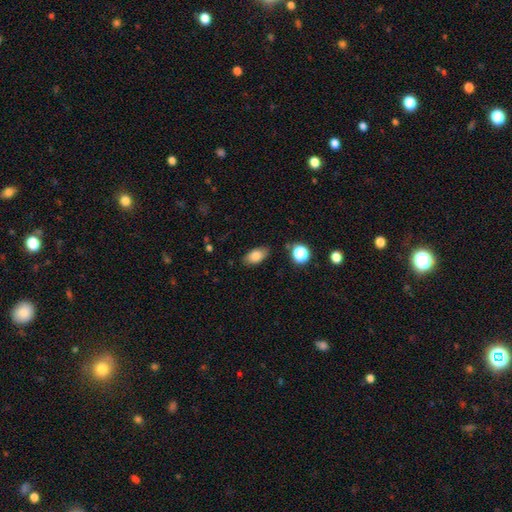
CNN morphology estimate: Smooth or featured? smooth (82%)
How rounded? in between (90%)
Merging? none (82%)